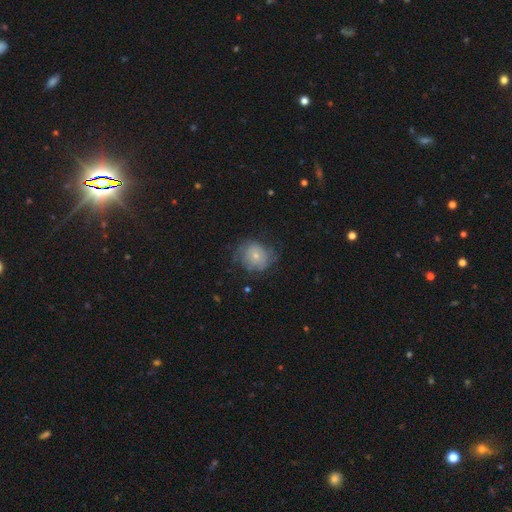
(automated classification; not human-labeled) Overall: smooth (55%; featured or disk 36%). How rounded: round (75%). Merging: none (57%; minor disturbance 26%).